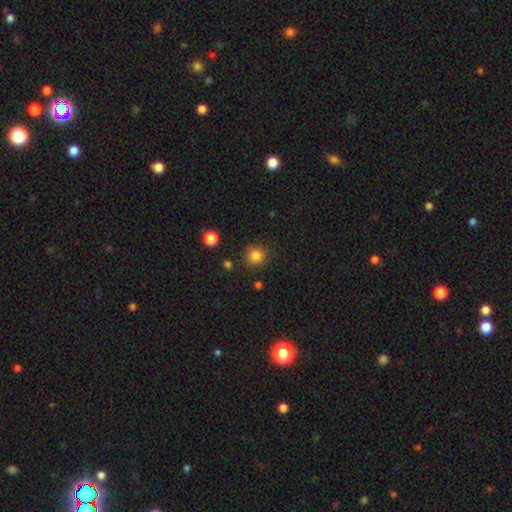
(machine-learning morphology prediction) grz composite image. It shows a smooth galaxy with no disk features (84%) that is round (92%). Merging: none (86%).